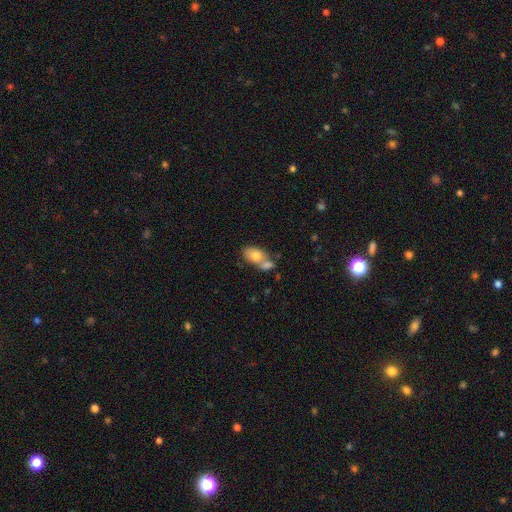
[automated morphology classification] Q: Smooth or featured?
A: smooth (74%); runner-up: featured or disk (18%)
Q: How rounded?
A: in between (85%); runner-up: round (13%)
Q: Merging?
A: merger (52%); runner-up: none (33%)